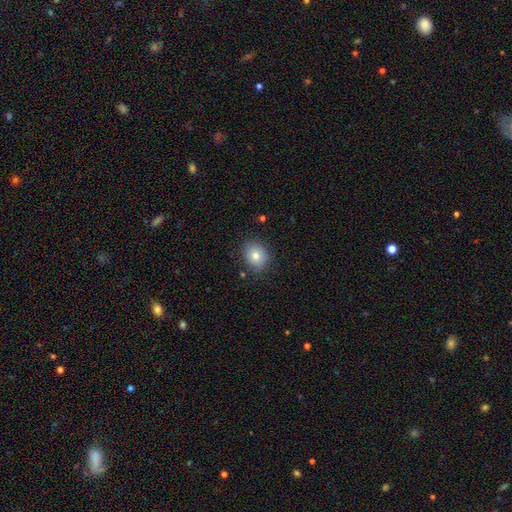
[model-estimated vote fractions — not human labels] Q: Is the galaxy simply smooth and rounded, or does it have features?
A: smooth — 78%.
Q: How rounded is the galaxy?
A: round — 65%.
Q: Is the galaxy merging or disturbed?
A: none — 83%.